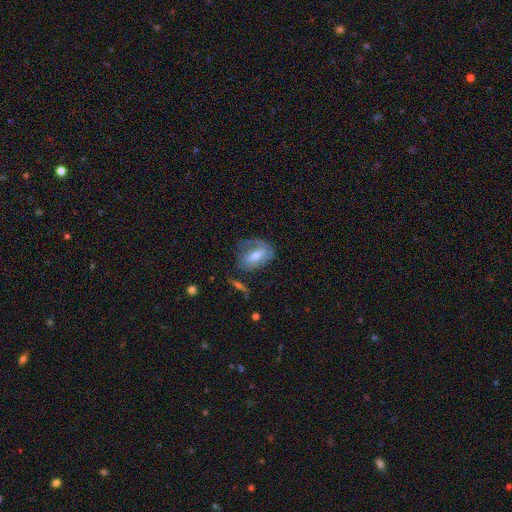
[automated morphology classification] featured or disk 51%, smooth 41%, star or artifact 8%. Down the decision tree: edge-on disk — no (90%); merging — none (49%).